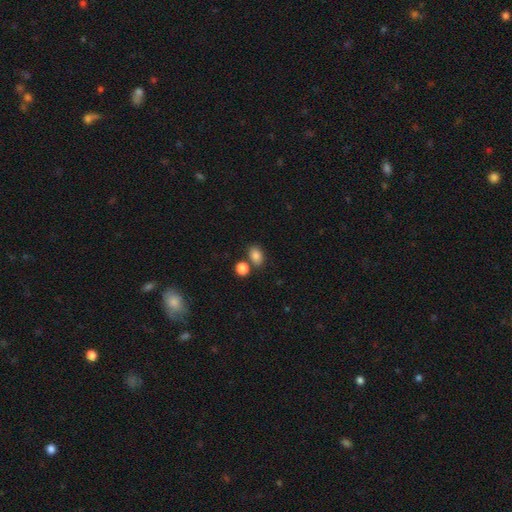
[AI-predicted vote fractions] Morphology: type=smooth (84%); roundness=in between (76%); merging=none (66%).